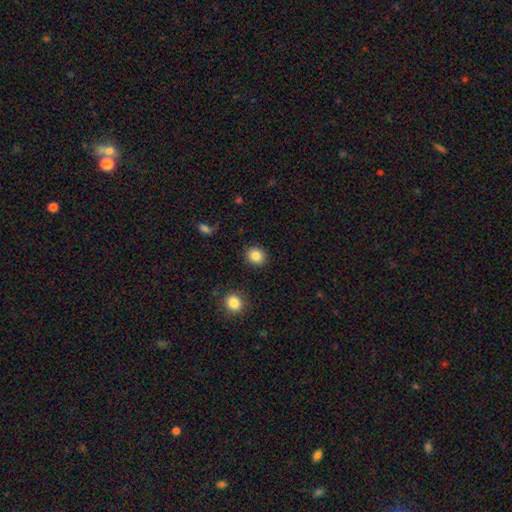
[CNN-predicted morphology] Smooth or featured?
  - smooth: 85% *
  - star or artifact: 10%
  - featured or disk: 6%
How rounded?
  - round: 75% *
  - in between: 24%
  - cigar-shaped: 1%
Merging?
  - none: 90% *
  - minor disturbance: 6%
  - major disturbance: 2%
  - merger: 2%